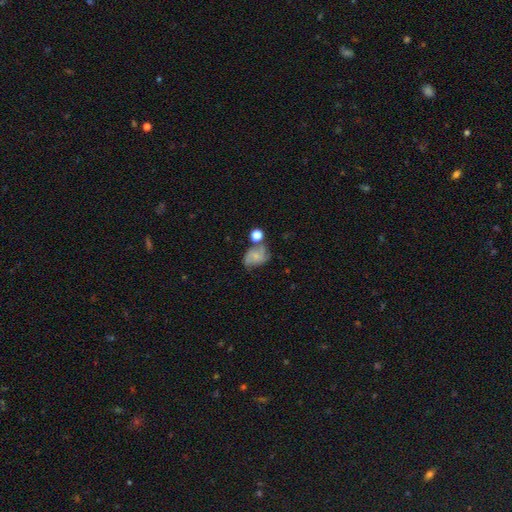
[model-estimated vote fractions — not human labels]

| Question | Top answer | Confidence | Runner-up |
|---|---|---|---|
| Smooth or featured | featured or disk | 47% | smooth (42%) |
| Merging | none | 46% | minor disturbance (26%) |